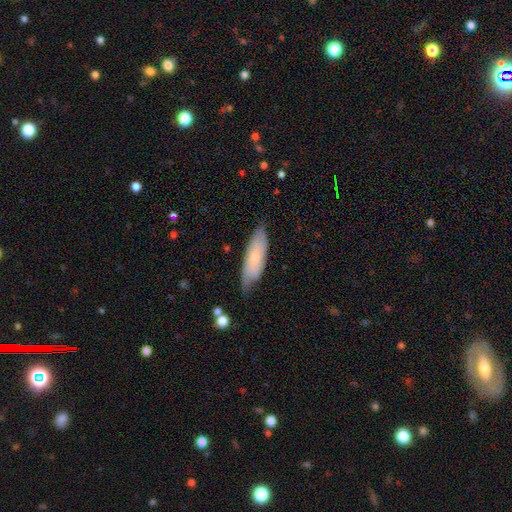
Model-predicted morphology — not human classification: smooth_or_featured: smooth (p=0.53) [alt: featured or disk p=0.41]
how_rounded: in between (p=0.55) [alt: cigar-shaped p=0.43]
merging: none (p=0.69) [alt: minor disturbance p=0.24]